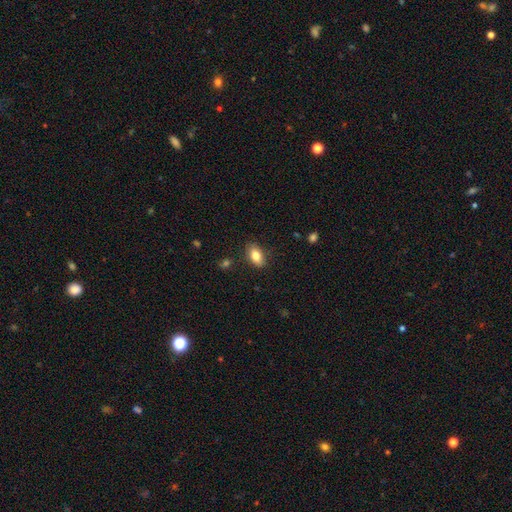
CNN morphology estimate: type=smooth (80%); roundness=in between (88%); merging=none (85%).